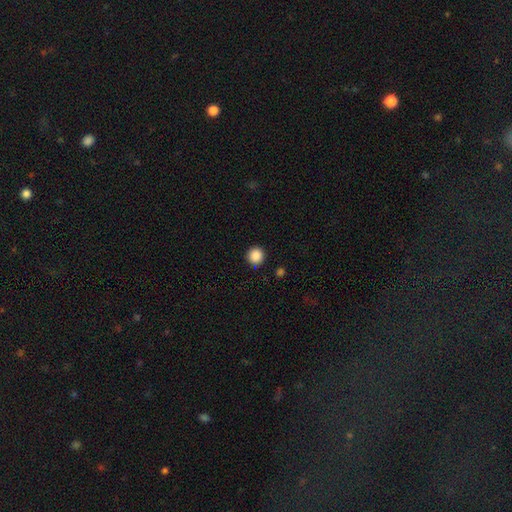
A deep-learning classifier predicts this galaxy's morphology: smooth-or-featured: smooth: 88% | star or artifact: 9% | featured or disk: 3%
  how-rounded: round: 95% | in between: 4% | cigar-shaped: 1%
  merging: none: 92% | minor disturbance: 5% | major disturbance: 2% | merger: 1%